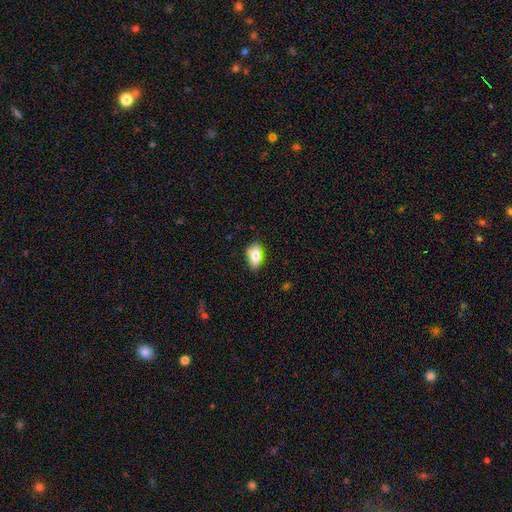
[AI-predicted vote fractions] Overall: smooth (76%). How rounded: in between (90%). Merging: none (73%).